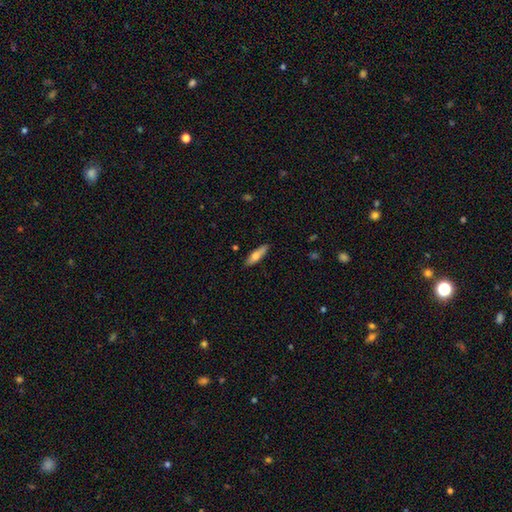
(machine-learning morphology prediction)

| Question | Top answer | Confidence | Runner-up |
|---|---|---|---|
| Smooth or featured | smooth | 65% | featured or disk (29%) |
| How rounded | cigar-shaped | 61% | in between (37%) |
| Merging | none | 85% | minor disturbance (11%) |